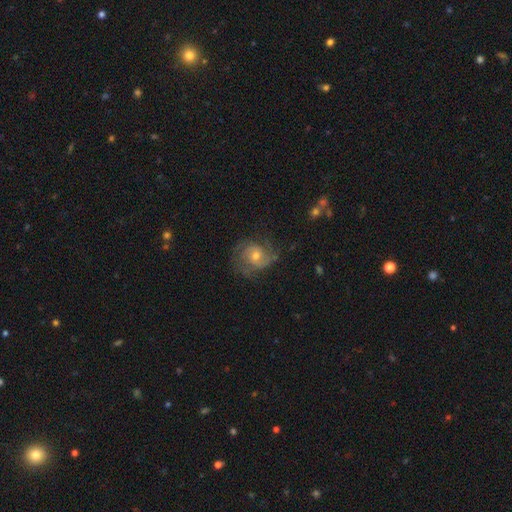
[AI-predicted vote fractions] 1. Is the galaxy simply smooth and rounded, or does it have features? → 75% featured or disk, 18% smooth, 7% star or artifact.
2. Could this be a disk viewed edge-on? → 97% no, 3% yes.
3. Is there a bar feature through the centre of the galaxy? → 65% no, 30% weak, 5% strong.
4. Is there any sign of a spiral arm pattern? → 91% yes, 9% no.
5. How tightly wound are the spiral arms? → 45% medium, 37% tight, 18% loose.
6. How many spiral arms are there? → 61% 2, 17% can't tell, 12% 3, 5% 1, 3% 4, 2% more than 4.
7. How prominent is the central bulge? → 57% moderate, 37% small, 3% large, 1% none, 1% dominant.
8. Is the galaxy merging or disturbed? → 62% none, 22% minor disturbance, 15% major disturbance, 2% merger.